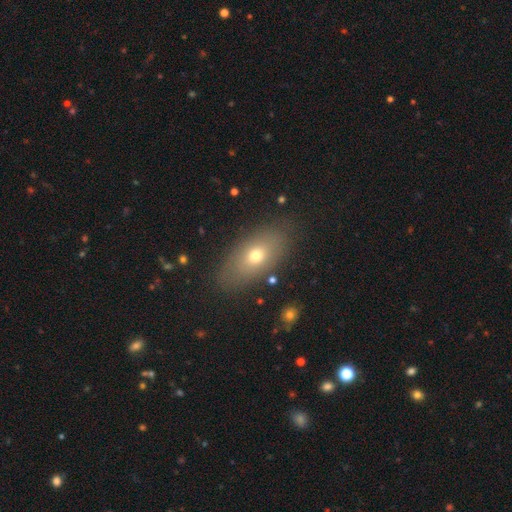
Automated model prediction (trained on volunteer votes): Smooth or featured? smooth (66%)
How rounded? in between (85%)
Merging? none (83%)